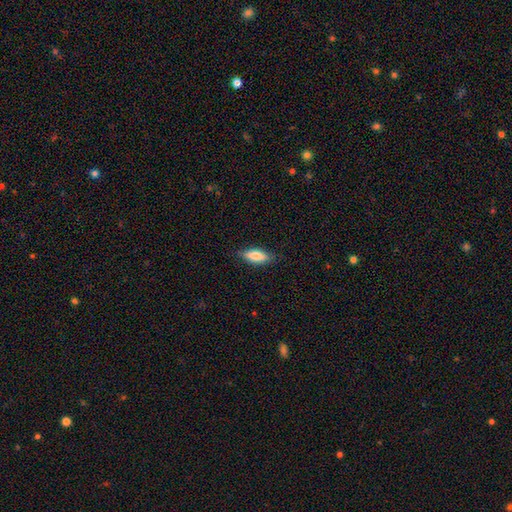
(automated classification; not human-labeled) Q: Smooth or featured?
A: smooth (75%); runner-up: featured or disk (18%)
Q: How rounded?
A: in between (64%); runner-up: cigar-shaped (34%)
Q: Merging?
A: none (83%); runner-up: minor disturbance (14%)